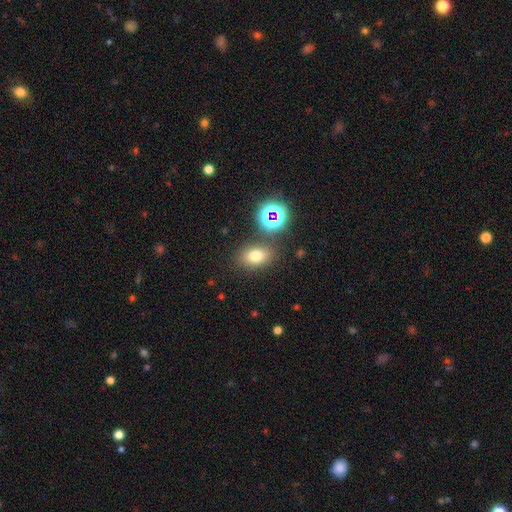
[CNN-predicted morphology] smooth 71%, star or artifact 19%, featured or disk 10%. Down the decision tree: how rounded — in between (71%); merging — none (78%).